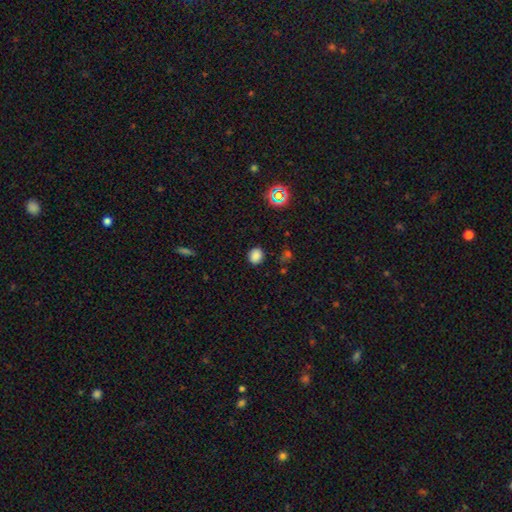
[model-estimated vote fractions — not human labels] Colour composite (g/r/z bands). It shows a smooth galaxy with no disk features (80%) that is round (65%). Merging: none (83%).